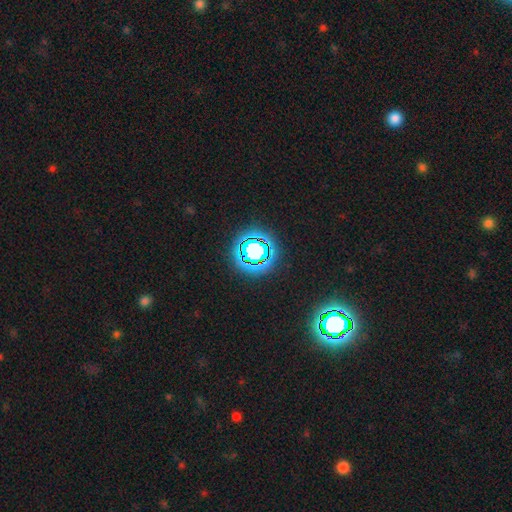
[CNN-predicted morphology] star or artifact 75%, smooth 16%, featured or disk 9%.